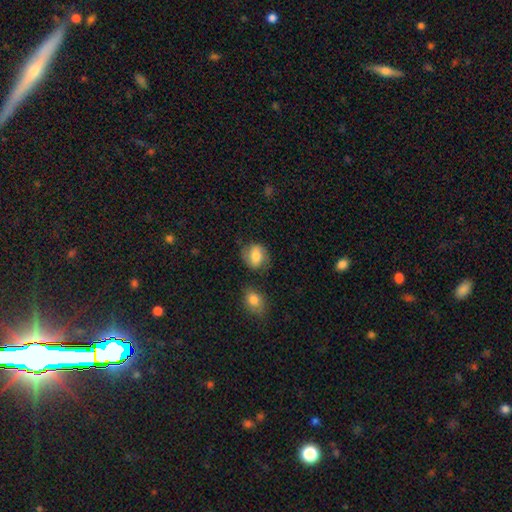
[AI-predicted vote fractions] Overall: smooth (70%). How rounded: round (57%; in between 42%). Merging: none (71%).